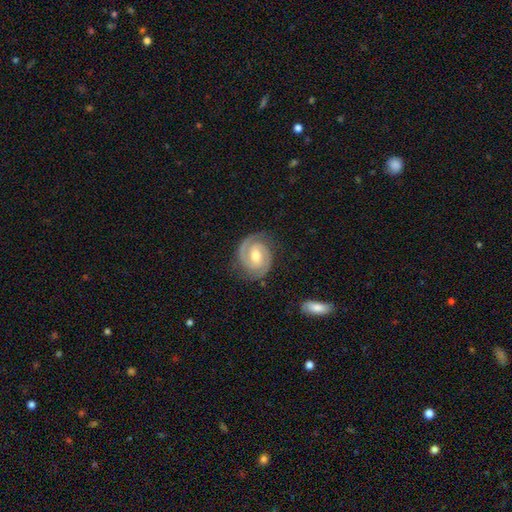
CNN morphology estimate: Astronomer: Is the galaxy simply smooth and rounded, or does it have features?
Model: featured or disk — 91%.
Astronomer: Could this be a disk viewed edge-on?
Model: no — 98%.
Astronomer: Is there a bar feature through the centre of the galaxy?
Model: weak — 48% (runner-up: no, 31%).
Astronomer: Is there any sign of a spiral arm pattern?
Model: yes — 98%.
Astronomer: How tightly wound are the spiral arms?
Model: tight — 63%.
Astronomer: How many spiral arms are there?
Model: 2 — 91%.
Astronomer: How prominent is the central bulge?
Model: moderate — 70%.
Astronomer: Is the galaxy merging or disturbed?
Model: none — 83%.